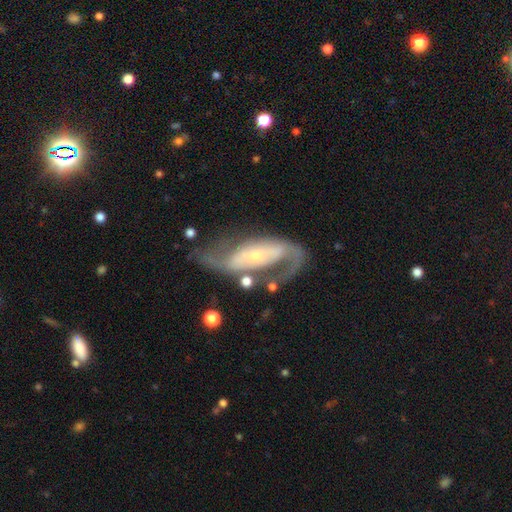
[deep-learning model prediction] Smooth or featured?
  - featured or disk: 86% *
  - smooth: 9%
  - star or artifact: 5%
Edge-on disk?
  - no: 93% *
  - yes: 7%
Bar?
  - no: 44% *
  - strong: 29%
  - weak: 27%
Spiral arms?
  - yes: 93% *
  - no: 7%
Spiral winding?
  - loose: 41% * (tied)
  - medium: 41% * (tied)
  - tight: 18%
Spiral arm count?
  - 2: 84% *
  - 1: 7%
  - can't tell: 5%
  - 3: 1%
  - 4: 1%
  - more than 4: 1%
Bulge size?
  - small: 66% *
  - moderate: 27%
  - large: 3%
  - none: 2%
  - dominant: 1%
Merging?
  - none: 57% *
  - major disturbance: 20%
  - minor disturbance: 18%
  - merger: 5%